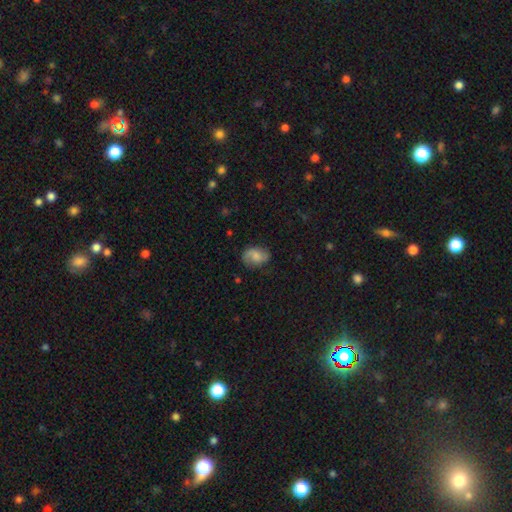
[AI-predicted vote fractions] A featured or disk galaxy (52%) with no bar (54%), spiral arms (91%) and a moderate central bulge (34%).

Vote fractions:
- Smooth or featured? featured or disk: 52% / smooth: 40% / star or artifact: 8%
- Edge-on disk? no: 97% / yes: 3%
- Bar? no: 54% / weak: 38% / strong: 7%
- Spiral arms? yes: 91% / no: 9%
- Bulge size? moderate: 34% / small: 31% / none: 24% / large: 9% / dominant: 2%
- Merging? none: 72% / minor disturbance: 20% / major disturbance: 7% / merger: 1%